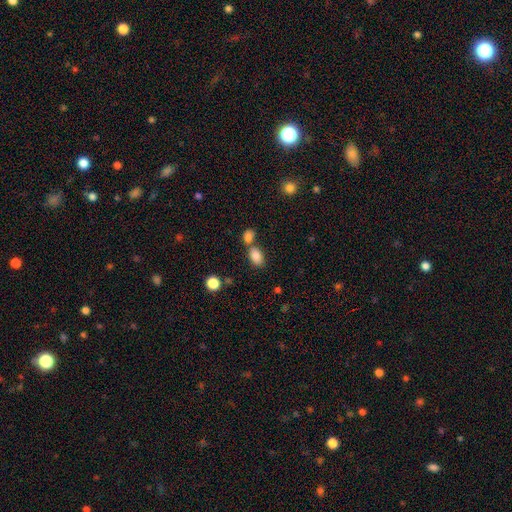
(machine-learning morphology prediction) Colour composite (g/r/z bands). It shows a smooth galaxy with no disk features (84%) that is in between round and cigar-shaped (89%). Merging: none (53%).